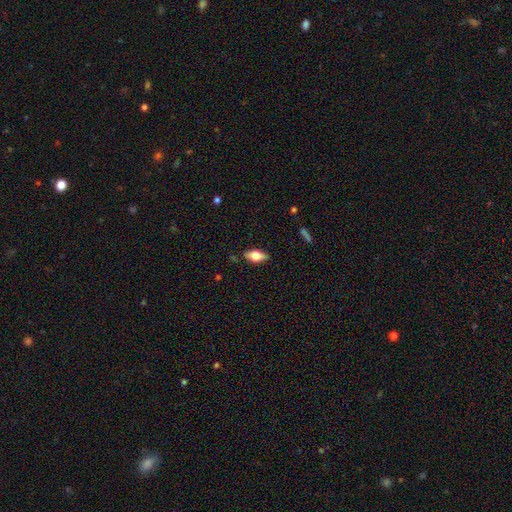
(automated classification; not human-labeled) Morphology: type=smooth (61%); roundness=in between (83%); merging=none (83%).